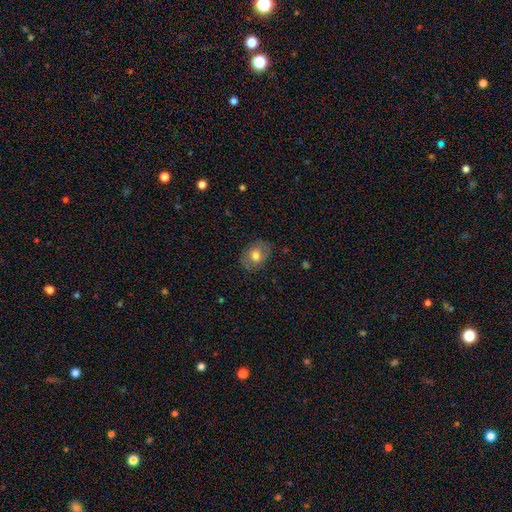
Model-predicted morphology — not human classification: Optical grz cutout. It shows a smooth galaxy with no disk features (69%) that is in between round and cigar-shaped (65%). Merging: none (79%).